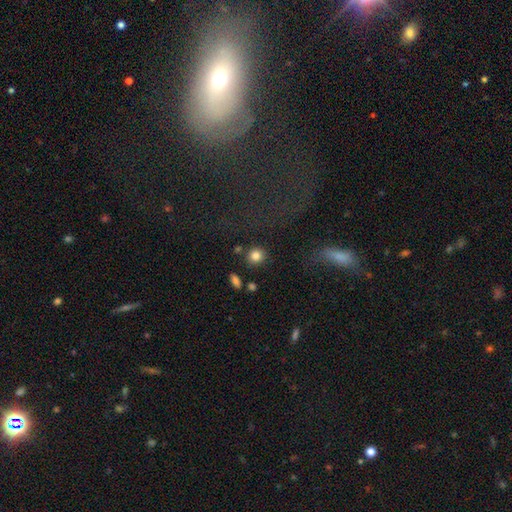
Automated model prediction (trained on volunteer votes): Smooth or featured?
  - smooth: 83% *
  - star or artifact: 11%
  - featured or disk: 7%
How rounded?
  - round: 87% *
  - in between: 12%
  - cigar-shaped: 1%
Merging?
  - none: 83% *
  - minor disturbance: 9%
  - merger: 5%
  - major disturbance: 3%